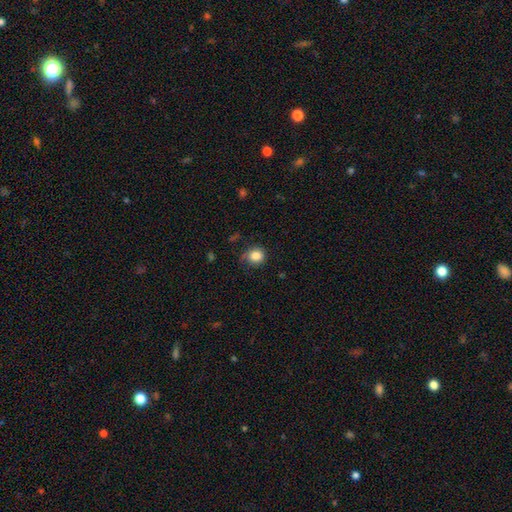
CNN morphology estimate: This is clearly a smooth galaxy (85%). How rounded: clearly round (84%). Merging: likely none (69%).